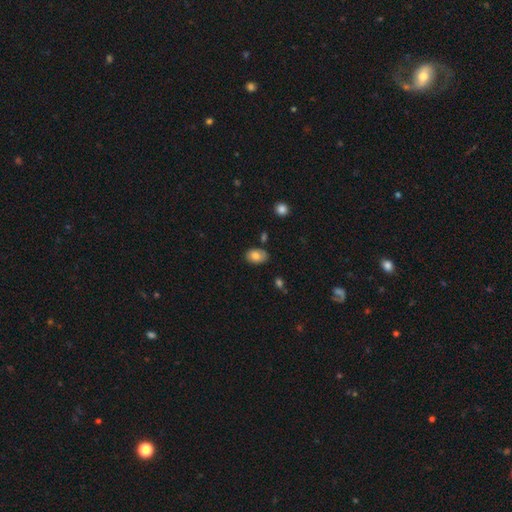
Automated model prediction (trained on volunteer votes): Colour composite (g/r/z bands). It shows a smooth galaxy with no disk features (79%) that is in between round and cigar-shaped (83%). Merging: none (74%).